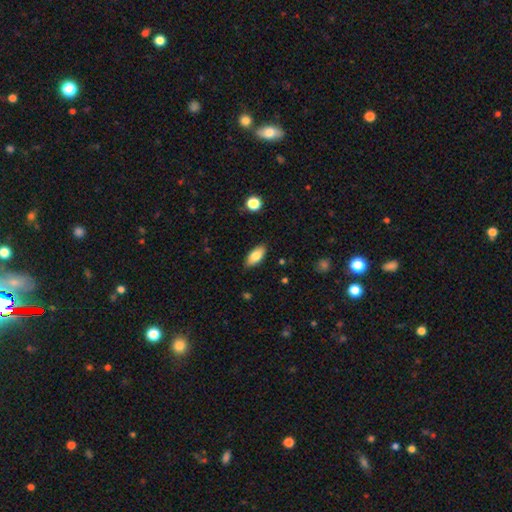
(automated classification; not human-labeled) This appears to be a smooth galaxy with no disk features (80%) that is in between round and cigar-shaped (87%). Merging: none (86%).